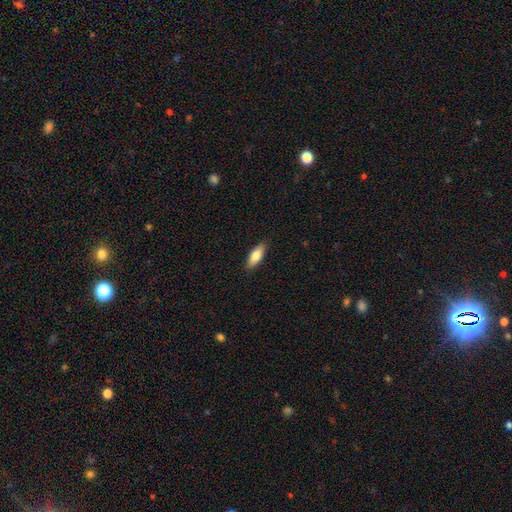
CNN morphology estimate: Q: Smooth or featured?
A: smooth (78%); runner-up: featured or disk (17%)
Q: How rounded?
A: in between (69%); runner-up: cigar-shaped (29%)
Q: Merging?
A: none (88%); runner-up: minor disturbance (9%)